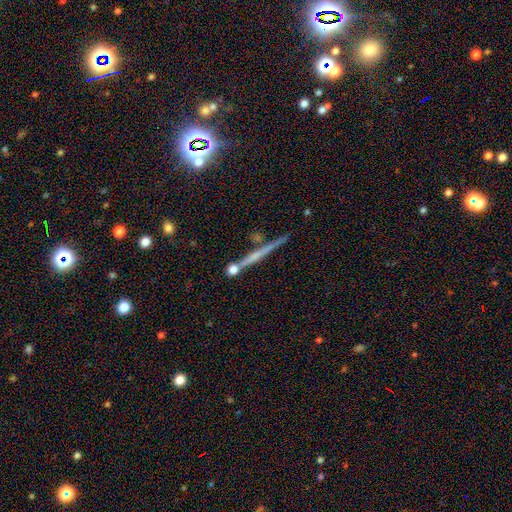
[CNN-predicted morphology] Smooth or featured: featured or disk — 55% (smooth — 33%)
Edge-on disk: yes — 96% (no — 4%)
Edge-on bulge: none — 71% (rounded — 20%)
Merging: none — 78% (minor disturbance — 11%)